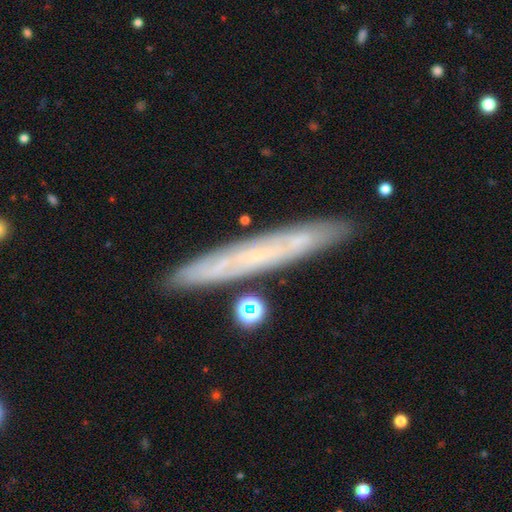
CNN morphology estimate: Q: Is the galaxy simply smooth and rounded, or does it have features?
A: featured or disk — 52%.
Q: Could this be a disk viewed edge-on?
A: yes — 82%.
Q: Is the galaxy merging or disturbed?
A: none — 87%.